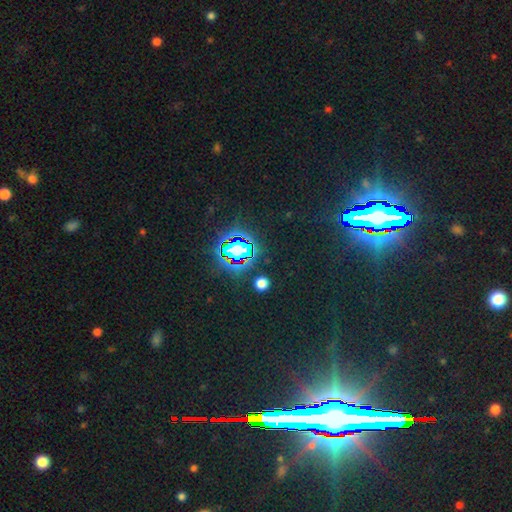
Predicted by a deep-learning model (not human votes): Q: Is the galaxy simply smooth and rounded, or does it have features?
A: star or artifact — 84%.